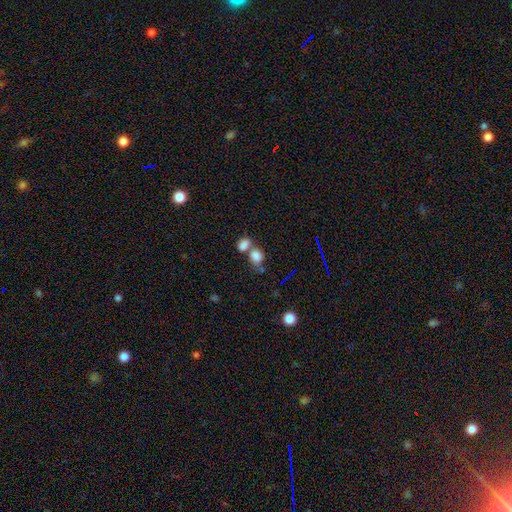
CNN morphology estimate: A smooth galaxy with no disk features (81%) that is in between round and cigar-shaped (50%).

Vote fractions:
- Smooth or featured? smooth: 81% / star or artifact: 11% / featured or disk: 8%
- How rounded? in between: 50% / round: 49% / cigar-shaped: 2%
- Merging? merger: 53% / none: 34% / minor disturbance: 9% / major disturbance: 5%